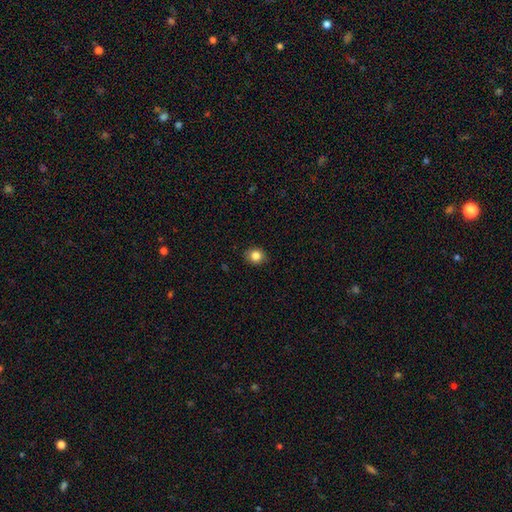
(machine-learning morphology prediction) Smooth or featured? Predicted: smooth (p=0.84). How rounded? Predicted: round (p=0.74). Merging? Predicted: none (p=0.90).